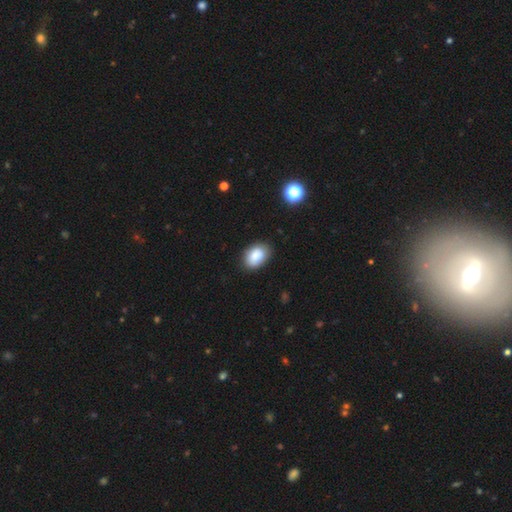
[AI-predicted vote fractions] Smooth or featured?
  - smooth: 87% *
  - star or artifact: 7%
  - featured or disk: 5%
How rounded?
  - in between: 84% *
  - round: 15%
  - cigar-shaped: 1%
Merging?
  - none: 81% *
  - minor disturbance: 14%
  - major disturbance: 3%
  - merger: 1%